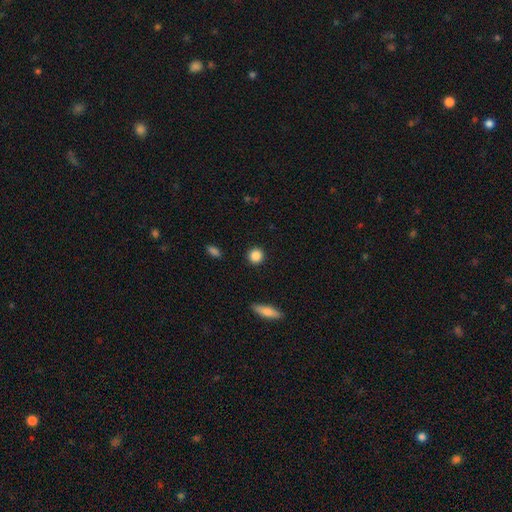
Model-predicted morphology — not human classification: A smooth galaxy with no disk features (87%) that is round (91%).

Vote fractions:
- Smooth or featured? smooth: 87% / star or artifact: 9% / featured or disk: 4%
- How rounded? round: 91% / in between: 7% / cigar-shaped: 2%
- Merging? none: 91% / minor disturbance: 6% / major disturbance: 2% / merger: 1%